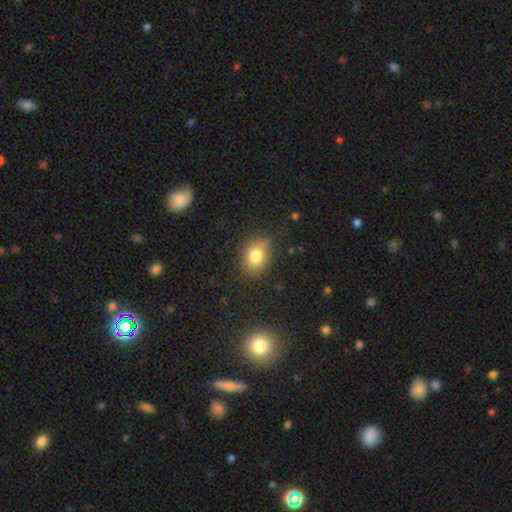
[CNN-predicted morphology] This is likely a smooth galaxy (79%). How rounded: likely in between (64%). Merging: likely none (76%).